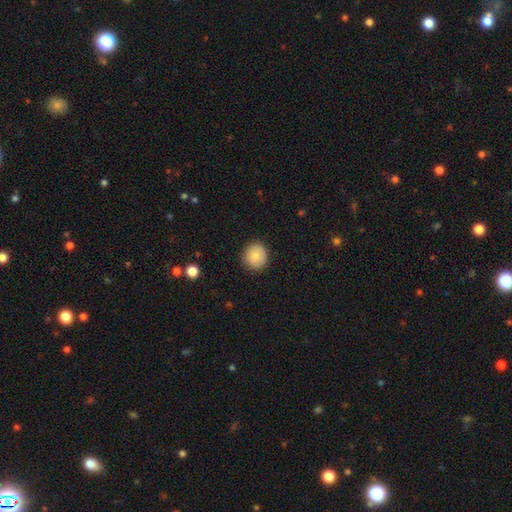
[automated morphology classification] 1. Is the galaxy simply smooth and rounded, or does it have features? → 82% smooth, 10% featured or disk, 8% star or artifact.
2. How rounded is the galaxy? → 88% round, 11% in between, 1% cigar-shaped.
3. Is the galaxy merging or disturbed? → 88% none, 9% minor disturbance, 2% major disturbance, 1% merger.